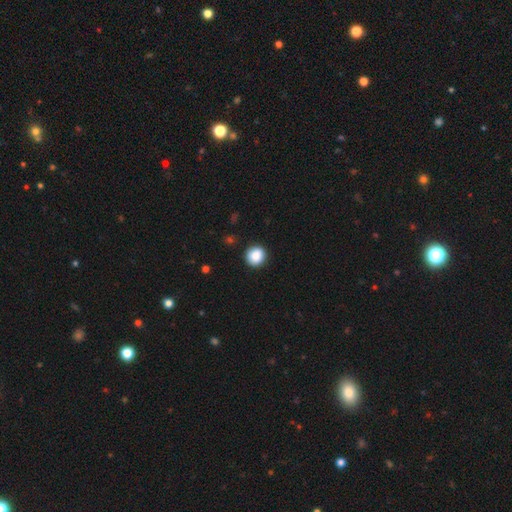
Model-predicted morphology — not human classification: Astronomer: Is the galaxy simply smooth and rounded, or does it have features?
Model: smooth — 88%.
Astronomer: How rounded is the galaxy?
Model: round — 90%.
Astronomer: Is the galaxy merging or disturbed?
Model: none — 90%.